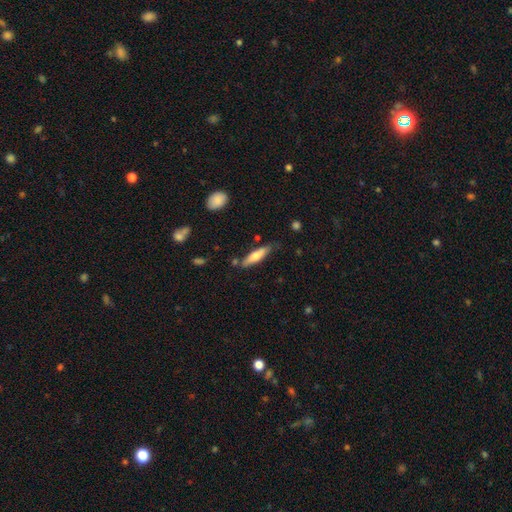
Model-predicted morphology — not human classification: A smooth galaxy with no disk features (62%) that is cigar-shaped (72%). Merging: none (72%).